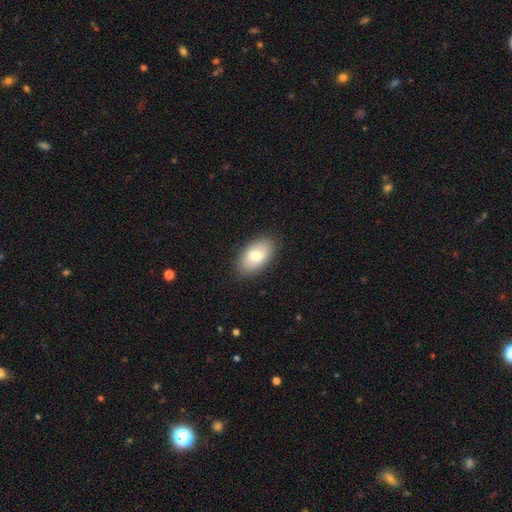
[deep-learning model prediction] Overall: smooth (81%). How rounded: in between (94%). Merging: none (87%).